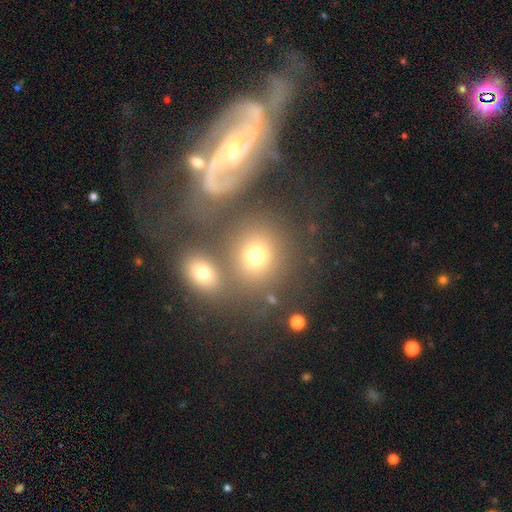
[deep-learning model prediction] smooth-or-featured: smooth: 68% | featured or disk: 17% | star or artifact: 14%
  how-rounded: round: 72% | in between: 27% | cigar-shaped: 1%
  merging: none: 57% | merger: 24% | minor disturbance: 11% | major disturbance: 8%